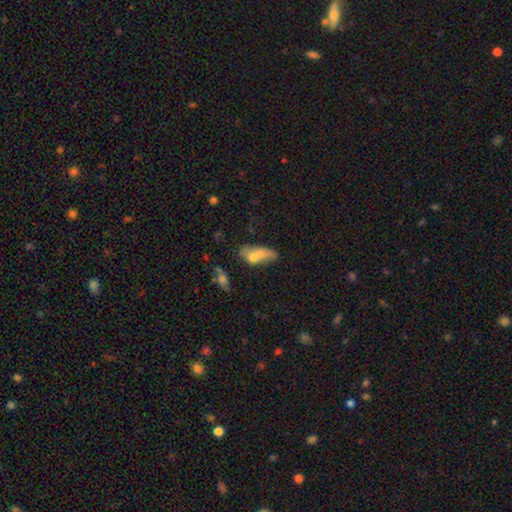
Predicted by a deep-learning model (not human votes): Q: Smooth or featured?
A: smooth (65%); runner-up: featured or disk (26%)
Q: How rounded?
A: in between (76%); runner-up: cigar-shaped (17%)
Q: Merging?
A: merger (43%); runner-up: none (29%)